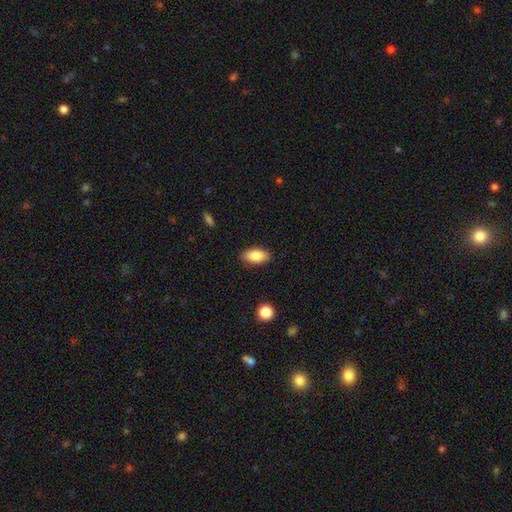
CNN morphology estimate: smooth-or-featured: smooth: 84% | featured or disk: 9% | star or artifact: 7%
  how-rounded: in between: 90% | cigar-shaped: 6% | round: 4%
  merging: none: 87% | minor disturbance: 10% | major disturbance: 2% | merger: 1%